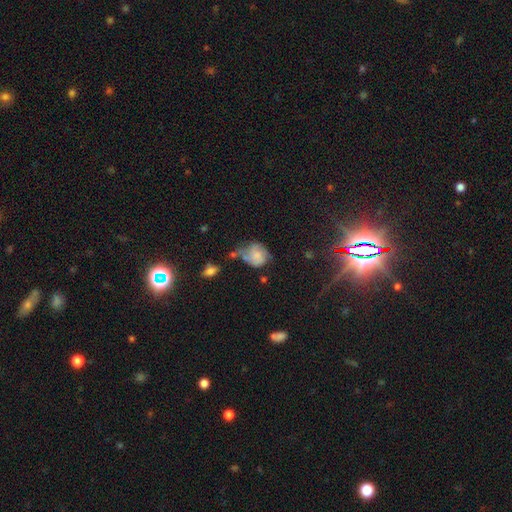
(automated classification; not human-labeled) Overall: smooth (54%; featured or disk 36%). How rounded: round (57%; in between 42%). Merging: minor disturbance (32%; none 31%).